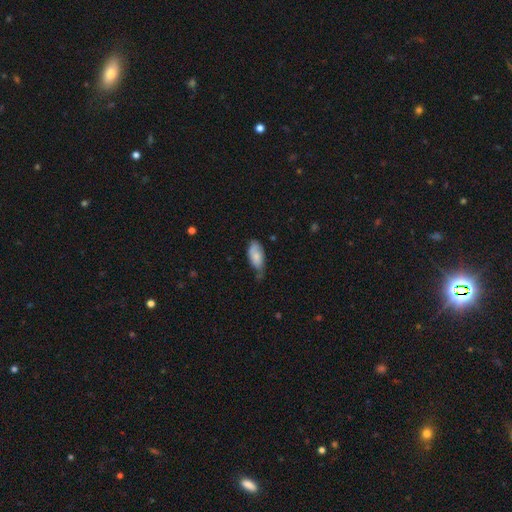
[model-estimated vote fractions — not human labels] smooth-or-featured: smooth: 75% | featured or disk: 19% | star or artifact: 6%
  how-rounded: in between: 90% | cigar-shaped: 8% | round: 2%
  merging: minor disturbance: 45% | none: 41% | major disturbance: 11% | merger: 3%